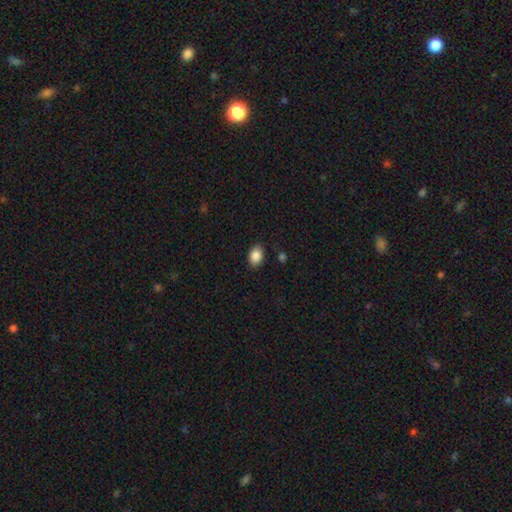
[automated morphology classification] A smooth galaxy with no disk features (87%) that is in between round and cigar-shaped (70%).

Vote fractions:
- Smooth or featured? smooth: 87% / star or artifact: 8% / featured or disk: 4%
- How rounded? in between: 70% / round: 29% / cigar-shaped: 1%
- Merging? none: 85% / minor disturbance: 11% / major disturbance: 2% / merger: 2%